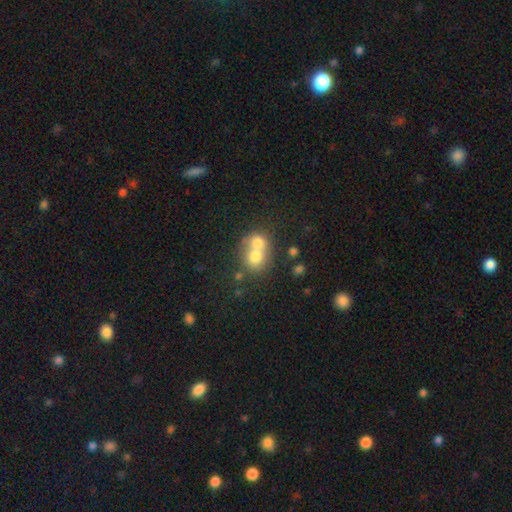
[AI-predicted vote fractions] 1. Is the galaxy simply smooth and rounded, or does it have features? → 70% smooth, 19% featured or disk, 11% star or artifact.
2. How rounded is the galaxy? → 72% round, 27% in between, 1% cigar-shaped.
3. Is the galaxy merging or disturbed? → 67% merger, 25% none, 5% minor disturbance, 3% major disturbance.